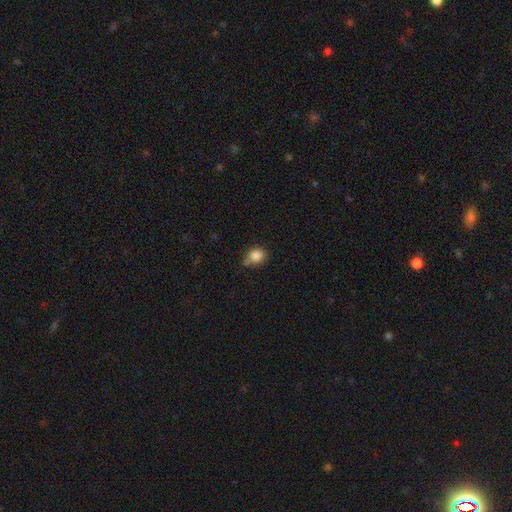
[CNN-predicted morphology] smooth 85%, star or artifact 10%, featured or disk 5%. Down the decision tree: how rounded — round (66%); merging — none (53%).